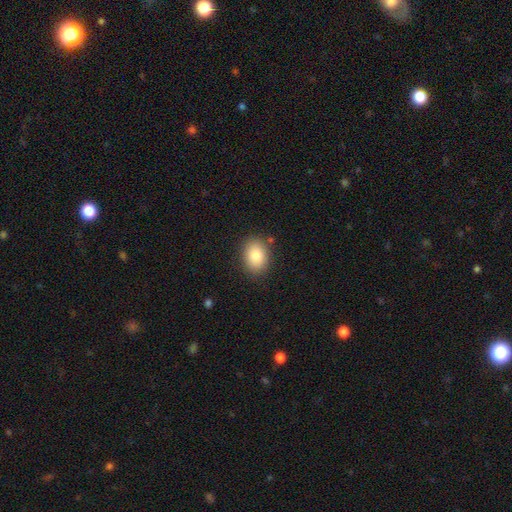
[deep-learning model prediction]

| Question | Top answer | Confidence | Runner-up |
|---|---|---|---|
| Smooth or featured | smooth | 84% | star or artifact (8%) |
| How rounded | in between | 69% | round (30%) |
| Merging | none | 85% | minor disturbance (10%) |